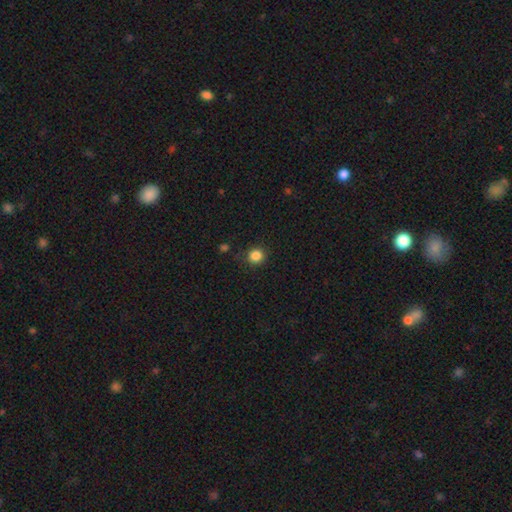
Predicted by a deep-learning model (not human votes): smooth_or_featured: smooth (p=0.85) [alt: star or artifact p=0.12]
how_rounded: round (p=0.90) [alt: in between p=0.09]
merging: none (p=0.87) [alt: minor disturbance p=0.08]